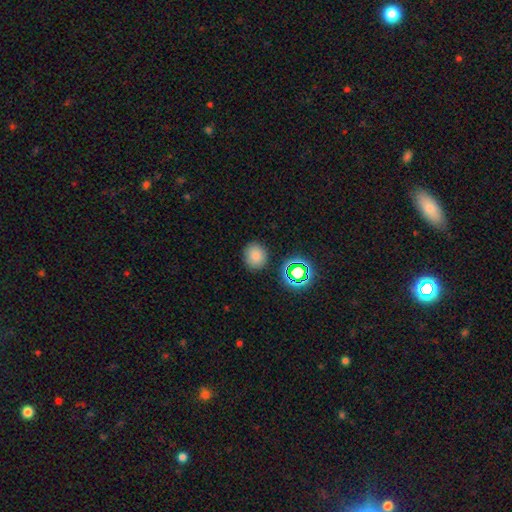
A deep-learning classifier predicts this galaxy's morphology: A smooth galaxy with no disk features (78%) that is round (79%).

Vote fractions:
- Smooth or featured? smooth: 78% / star or artifact: 16% / featured or disk: 6%
- How rounded? round: 79% / in between: 20% / cigar-shaped: 1%
- Merging? none: 86% / minor disturbance: 9% / major disturbance: 3% / merger: 3%